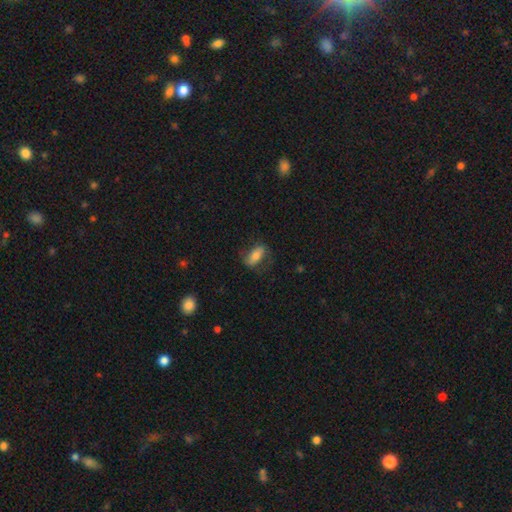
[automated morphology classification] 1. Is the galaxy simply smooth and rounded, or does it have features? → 63% smooth, 30% featured or disk, 7% star or artifact.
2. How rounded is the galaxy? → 79% in between, 16% cigar-shaped, 5% round.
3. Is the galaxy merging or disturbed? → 67% none, 21% minor disturbance, 11% major disturbance, 1% merger.